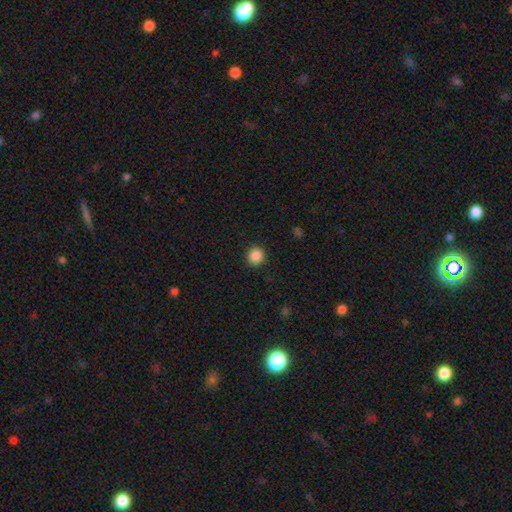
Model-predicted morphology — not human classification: smooth_or_featured: smooth (p=0.87) [alt: star or artifact p=0.10]
how_rounded: round (p=0.90) [alt: in between p=0.09]
merging: none (p=0.91) [alt: minor disturbance p=0.06]